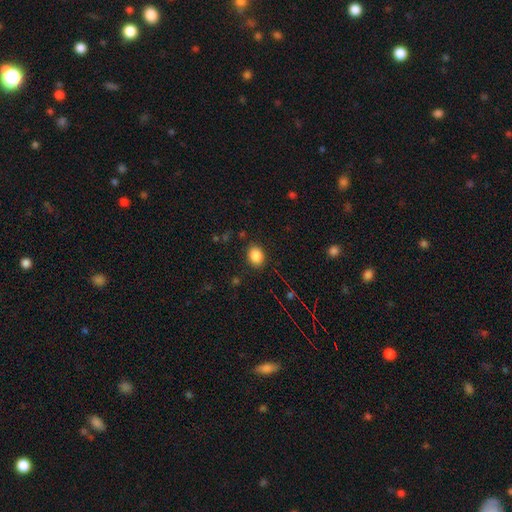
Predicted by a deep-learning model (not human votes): smooth_or_featured: smooth (p=0.86) [alt: star or artifact p=0.10]
how_rounded: round (p=0.50) [alt: in between p=0.49]
merging: none (p=0.87) [alt: minor disturbance p=0.09]